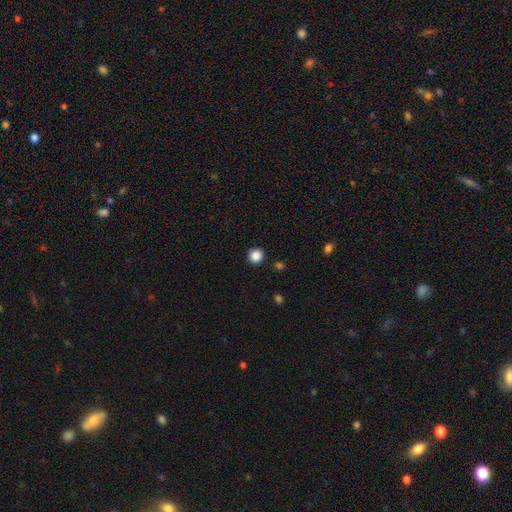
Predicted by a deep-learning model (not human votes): The model was most divided on "smooth or featured": smooth: 86%, star or artifact: 11%, featured or disk: 3%. More confident: how rounded — round (94%); merging — none (92%).